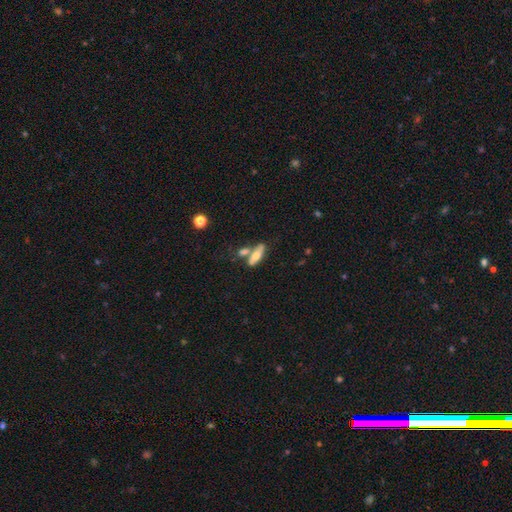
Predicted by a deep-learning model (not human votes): Smooth or featured? smooth (54%)
How rounded? in between (49%)
Merging? none (50%)